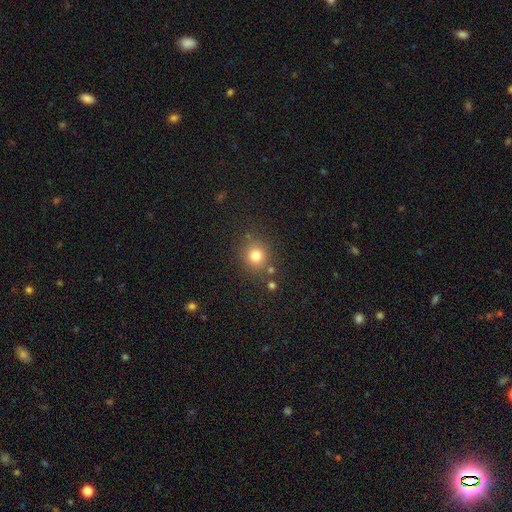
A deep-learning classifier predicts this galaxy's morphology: Q: Smooth or featured?
A: smooth (78%); runner-up: star or artifact (15%)
Q: How rounded?
A: round (88%); runner-up: in between (11%)
Q: Merging?
A: none (82%); runner-up: minor disturbance (9%)